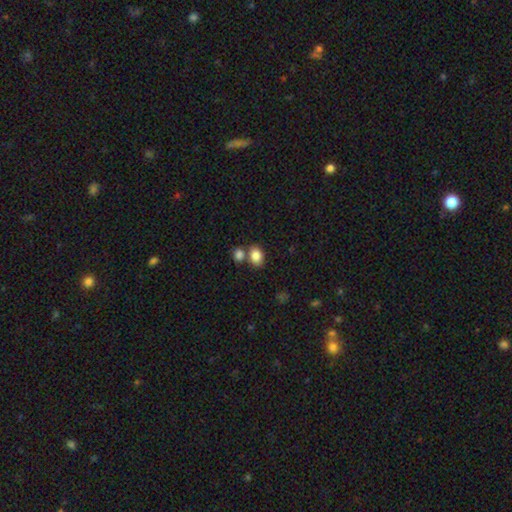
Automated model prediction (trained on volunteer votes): Q: Smooth or featured?
A: smooth (85%); runner-up: star or artifact (9%)
Q: How rounded?
A: in between (64%); runner-up: round (35%)
Q: Merging?
A: none (57%); runner-up: merger (30%)